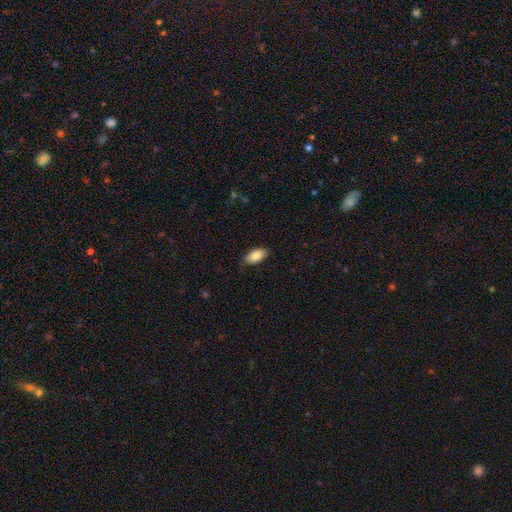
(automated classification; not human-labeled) This appears to be a smooth galaxy with no disk features (86%) that is in between round and cigar-shaped (92%). Merging: none (83%).